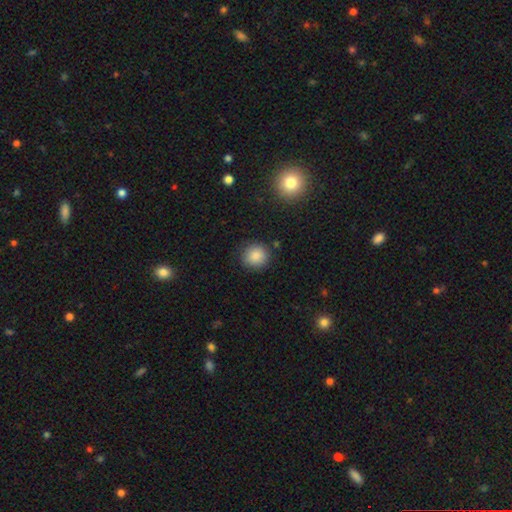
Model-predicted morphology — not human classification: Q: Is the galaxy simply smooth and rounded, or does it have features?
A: smooth — 86%.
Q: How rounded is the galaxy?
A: round — 88%.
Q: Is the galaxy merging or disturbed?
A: none — 86%.